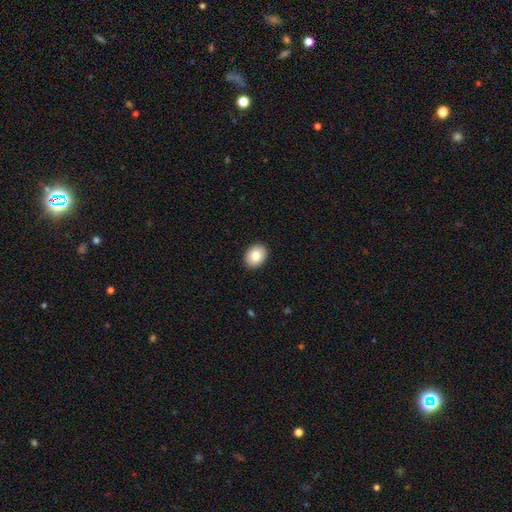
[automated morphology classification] smooth 83%, featured or disk 9%, star or artifact 8%. Down the decision tree: how rounded — in between (63%); merging — none (91%).